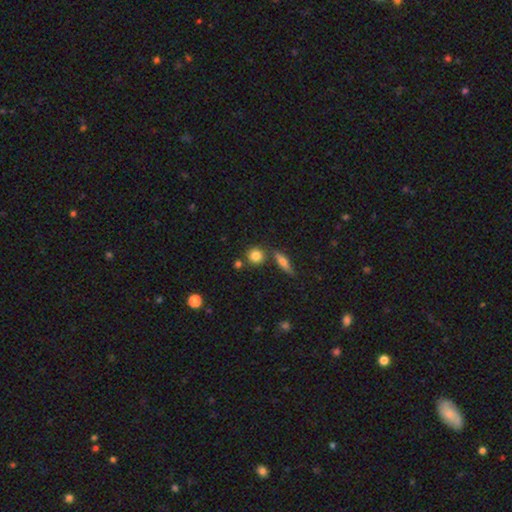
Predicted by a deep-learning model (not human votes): Q: Smooth or featured?
A: smooth (81%); runner-up: star or artifact (10%)
Q: How rounded?
A: round (84%); runner-up: in between (13%)
Q: Merging?
A: none (74%); runner-up: merger (13%)